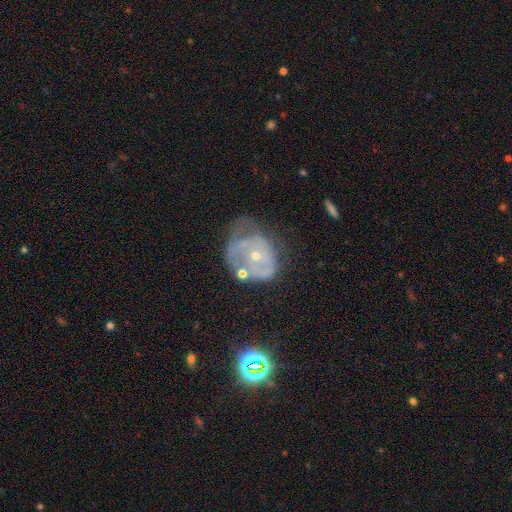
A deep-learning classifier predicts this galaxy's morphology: Q: Smooth or featured?
A: featured or disk (64%); runner-up: smooth (25%)
Q: Edge-on disk?
A: no (97%); runner-up: yes (3%)
Q: Bar?
A: no (79%); runner-up: weak (17%)
Q: Spiral arms?
A: yes (52%); runner-up: no (48%)
Q: Bulge size?
A: small (69%); runner-up: moderate (27%)
Q: Merging?
A: major disturbance (36%); runner-up: minor disturbance (29%)